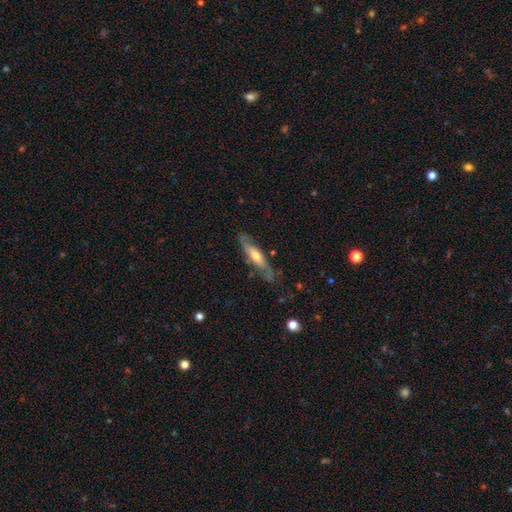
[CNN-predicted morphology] This is possibly a featured or disk galaxy (60%). It is possibly viewed edge-on (57%). Merging: likely none (76%).